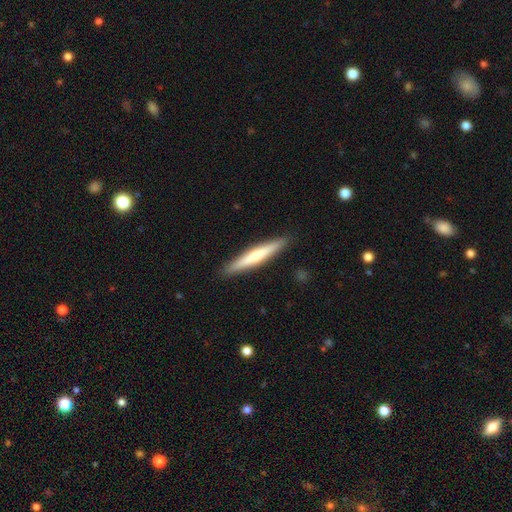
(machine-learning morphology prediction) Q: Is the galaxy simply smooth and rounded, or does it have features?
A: smooth — 54%.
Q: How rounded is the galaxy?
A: cigar-shaped — 95%.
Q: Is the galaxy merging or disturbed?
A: none — 91%.